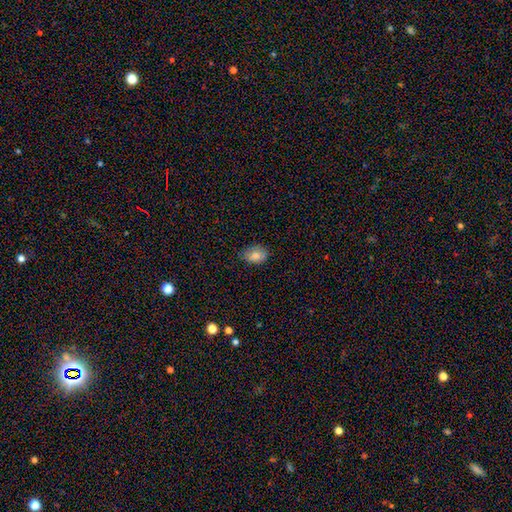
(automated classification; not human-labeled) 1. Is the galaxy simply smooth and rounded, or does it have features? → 82% smooth, 9% featured or disk, 8% star or artifact.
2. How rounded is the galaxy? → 80% in between, 18% round, 1% cigar-shaped.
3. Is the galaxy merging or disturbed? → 72% none, 23% minor disturbance, 4% major disturbance, 1% merger.